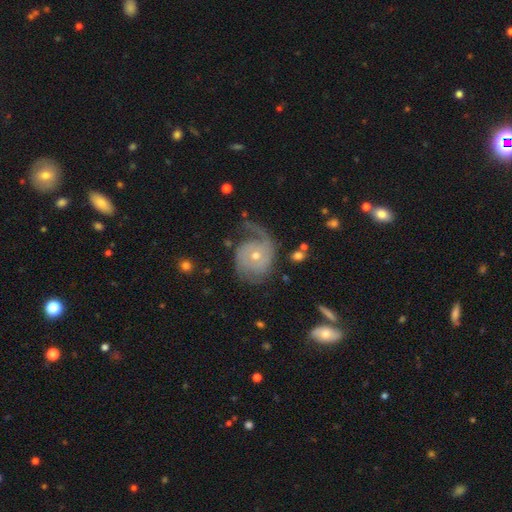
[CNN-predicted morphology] smooth_or_featured: featured or disk (p=0.82) [alt: smooth p=0.11]
disk_edge_on: no (p=0.97) [alt: yes p=0.03]
bar: no (p=0.76) [alt: weak p=0.20]
has_spiral_arms: yes (p=0.94) [alt: no p=0.06]
spiral_winding: tight (p=0.41) [alt: medium p=0.36]
spiral_arm_count: 1 (p=0.42) [alt: 2 p=0.36]
bulge_size: small (p=0.57) [alt: moderate p=0.40]
merging: none (p=0.51) [alt: major disturbance p=0.25]